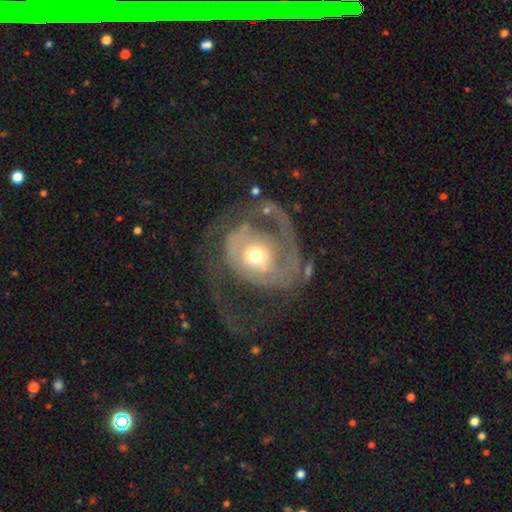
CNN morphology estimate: Smooth or featured: featured or disk — 76% (smooth — 18%)
Edge-on disk: no — 97% (yes — 3%)
Bar: no — 76% (weak — 19%)
Spiral arms: yes — 77% (no — 23%)
Spiral winding: medium — 36% (tight — 35%)
Spiral arm count: 1 — 41% (2 — 31%)
Bulge size: moderate — 55% (small — 34%)
Merging: major disturbance — 52% (none — 30%)